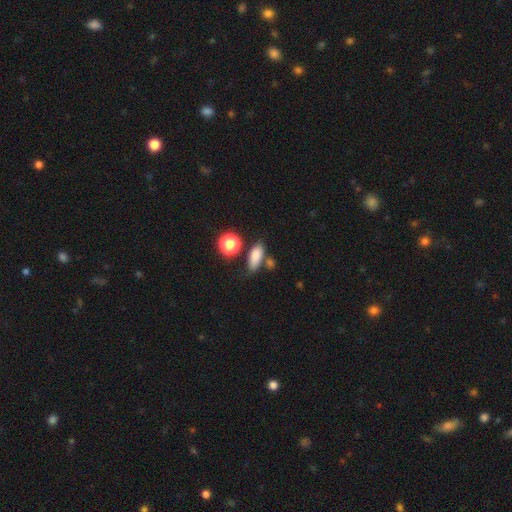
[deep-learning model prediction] smooth 82%, star or artifact 11%, featured or disk 7%. Down the decision tree: how rounded — in between (73%); merging — none (65%).